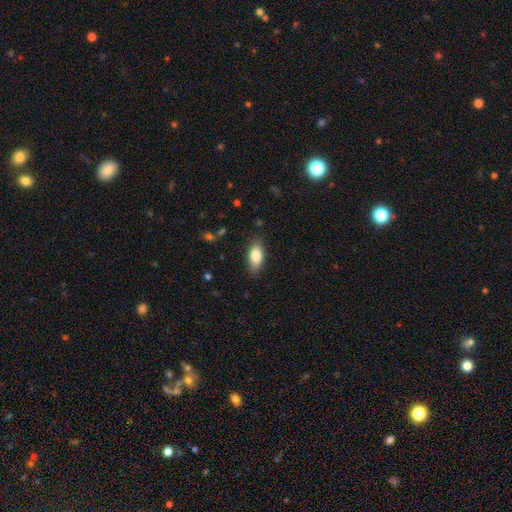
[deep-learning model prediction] Smooth or featured?
  - smooth: 82% *
  - featured or disk: 11%
  - star or artifact: 7%
How rounded?
  - in between: 86% *
  - cigar-shaped: 11%
  - round: 3%
Merging?
  - none: 84% *
  - minor disturbance: 13%
  - major disturbance: 3%
  - merger: 1%